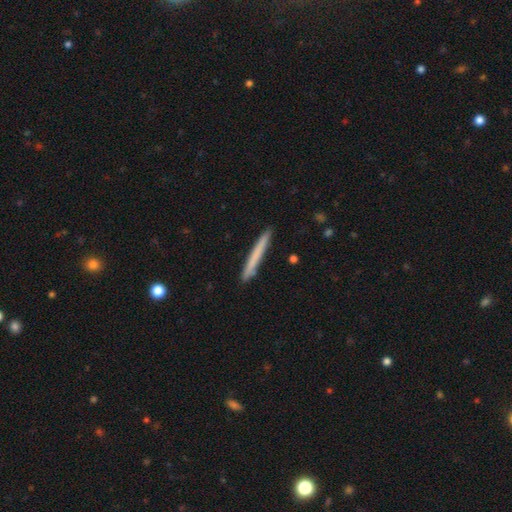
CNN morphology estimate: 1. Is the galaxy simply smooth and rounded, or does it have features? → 68% smooth, 26% featured or disk, 6% star or artifact.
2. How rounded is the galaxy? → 97% cigar-shaped, 2% in between, 1% round.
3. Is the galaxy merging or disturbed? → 90% none, 7% minor disturbance, 1% major disturbance, 1% merger.